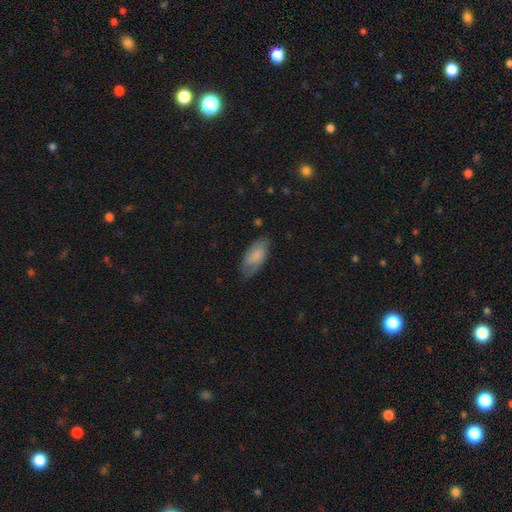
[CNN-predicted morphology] type=smooth (72%); roundness=in between (89%); merging=none (72%).